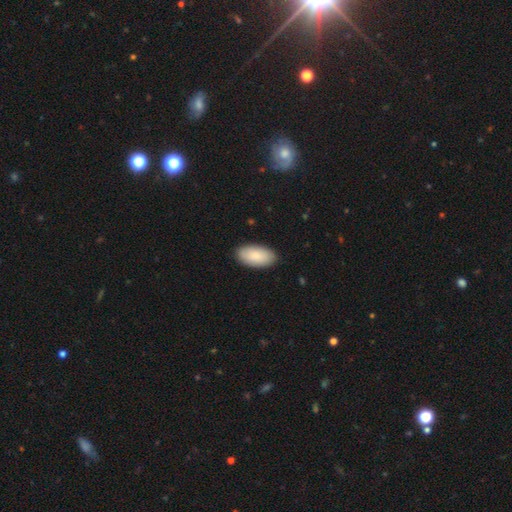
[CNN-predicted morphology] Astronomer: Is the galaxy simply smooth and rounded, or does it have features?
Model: smooth — 89%.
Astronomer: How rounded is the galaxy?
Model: in between — 96%.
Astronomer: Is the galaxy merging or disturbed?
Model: none — 89%.